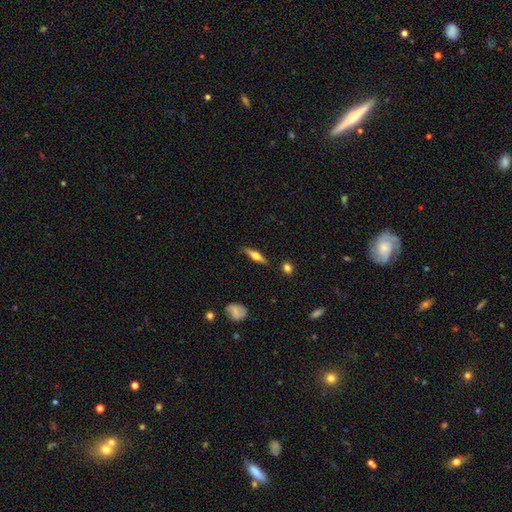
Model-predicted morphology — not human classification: smooth-or-featured: featured or disk: 58% | smooth: 36% | star or artifact: 6%
  disk-edge-on: yes: 94% | no: 6%
    edge-on-bulge: rounded: 91% | boxy: 6% | none: 3%
  merging: none: 85% | minor disturbance: 11% | major disturbance: 3% | merger: 2%